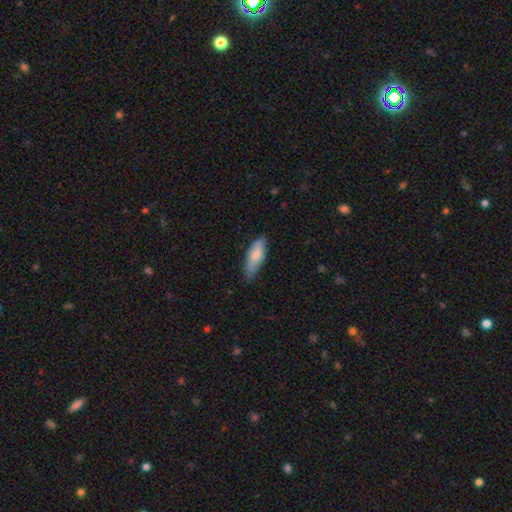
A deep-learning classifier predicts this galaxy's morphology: type=smooth (74%); roundness=in between (70%); merging=none (66%).